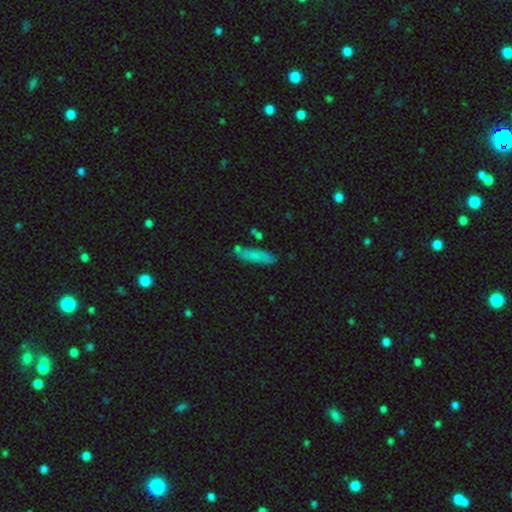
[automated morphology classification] Overall: smooth (74%). How rounded: cigar-shaped (64%; in between 33%). Merging: none (73%).